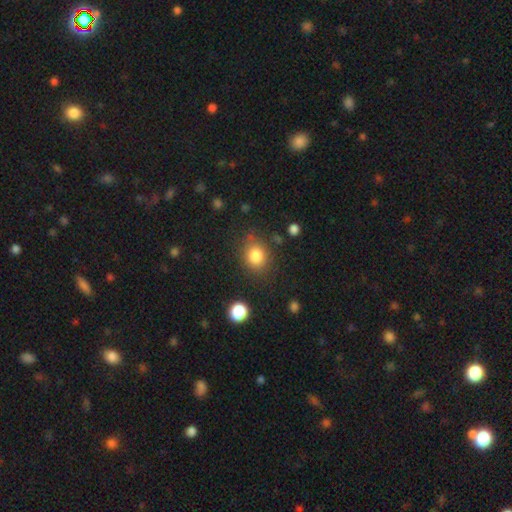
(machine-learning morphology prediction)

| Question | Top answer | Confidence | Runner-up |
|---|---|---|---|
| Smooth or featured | smooth | 83% | star or artifact (11%) |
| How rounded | round | 68% | in between (31%) |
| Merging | none | 79% | minor disturbance (13%) |